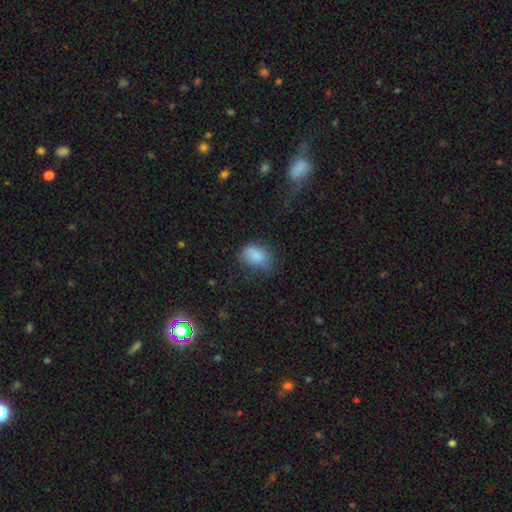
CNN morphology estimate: smooth 83%, star or artifact 9%, featured or disk 8%. Down the decision tree: how rounded — in between (81%); merging — none (54%).